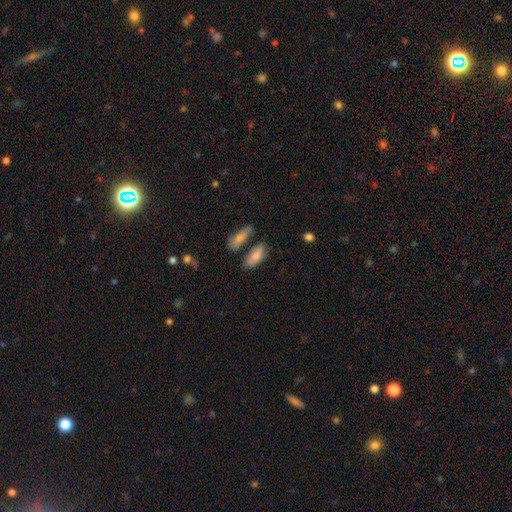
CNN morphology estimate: smooth-or-featured: smooth: 78% | featured or disk: 14% | star or artifact: 7%
  how-rounded: in between: 78% | cigar-shaped: 19% | round: 3%
  merging: none: 53% | merger: 23% | minor disturbance: 18% | major disturbance: 6%